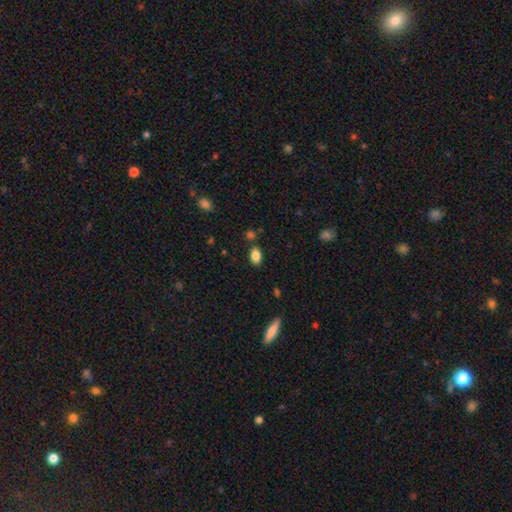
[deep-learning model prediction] This is clearly a smooth galaxy (85%). How rounded: clearly in between (89%). Merging: likely none (79%).